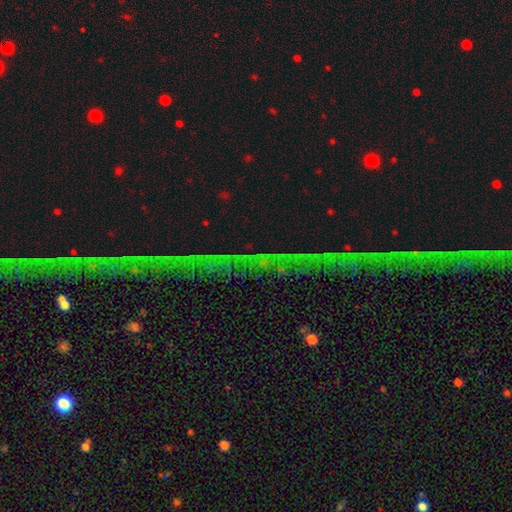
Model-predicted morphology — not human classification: smooth-or-featured: star or artifact: 74% | featured or disk: 15% | smooth: 11%